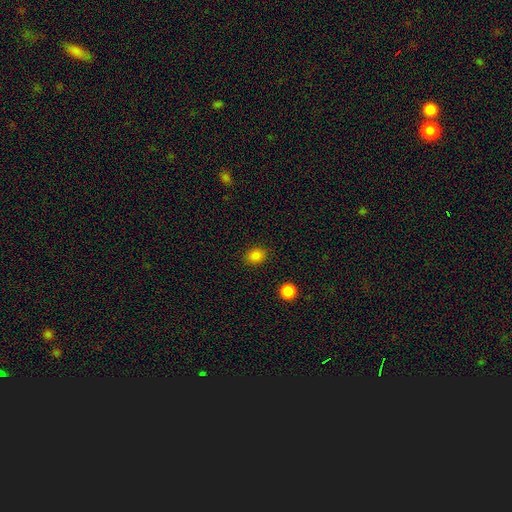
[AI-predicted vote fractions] Overall: smooth (84%). How rounded: round (53%; in between 46%). Merging: none (88%).